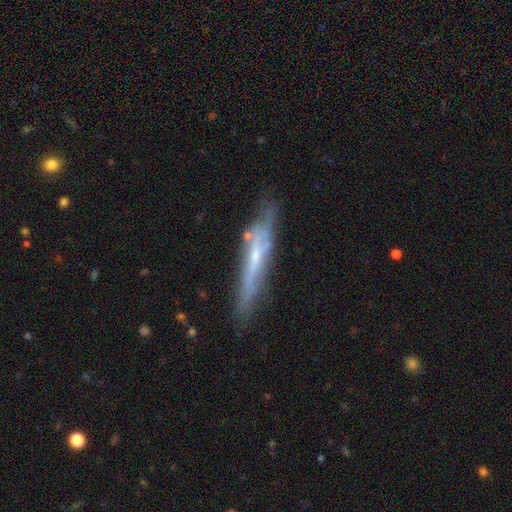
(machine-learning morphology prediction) Smooth or featured? featured or disk (67%)
Edge-on disk? yes (81%)
Edge-on bulge? none (48%)
Merging? none (69%)